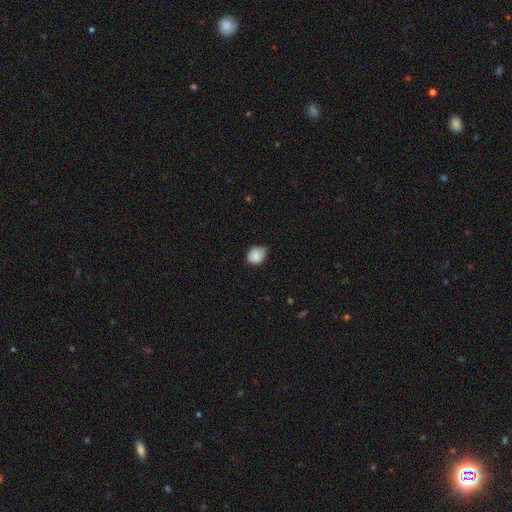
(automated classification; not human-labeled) Morphology: type=smooth (85%); roundness=round (61%); merging=none (53%).